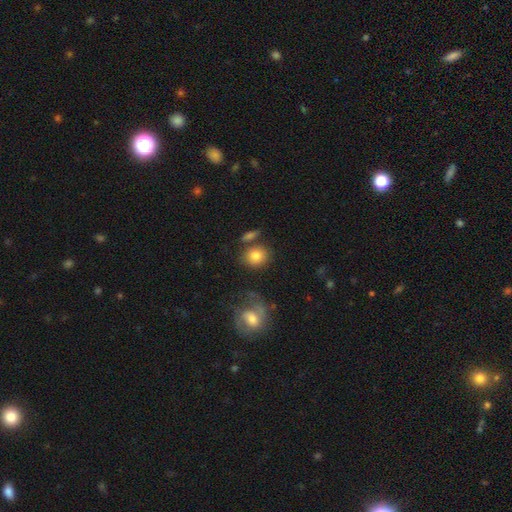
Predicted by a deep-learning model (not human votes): A smooth galaxy with no disk features (81%) that is round (70%).

Vote fractions:
- Smooth or featured? smooth: 81% / featured or disk: 12% / star or artifact: 8%
- How rounded? round: 70% / in between: 29% / cigar-shaped: 1%
- Merging? none: 66% / merger: 15% / minor disturbance: 13% / major disturbance: 6%